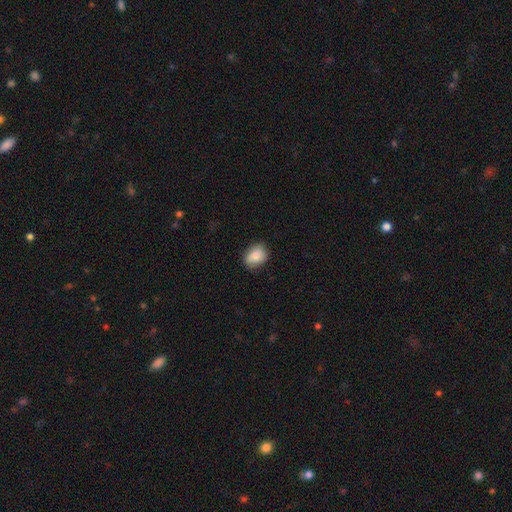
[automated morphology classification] Smooth or featured? Predicted: smooth (p=0.87). How rounded? Predicted: in between (p=0.64). Merging? Predicted: none (p=0.75).